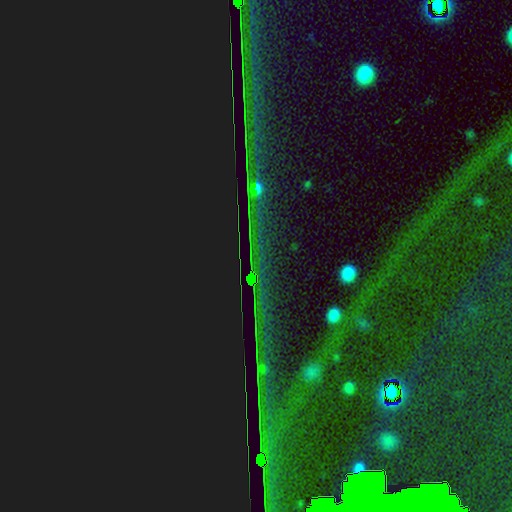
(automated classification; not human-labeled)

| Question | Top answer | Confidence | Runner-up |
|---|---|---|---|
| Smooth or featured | star or artifact | 84% | featured or disk (8%) |